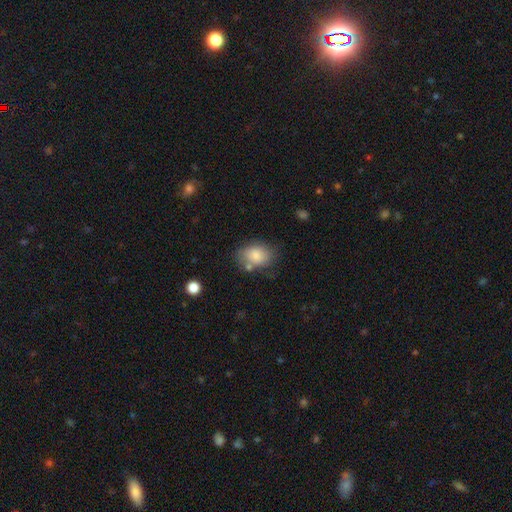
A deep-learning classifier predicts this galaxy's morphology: This appears to be a smooth galaxy with no disk features (82%) that is in between round and cigar-shaped (74%). Merging: none (64%).